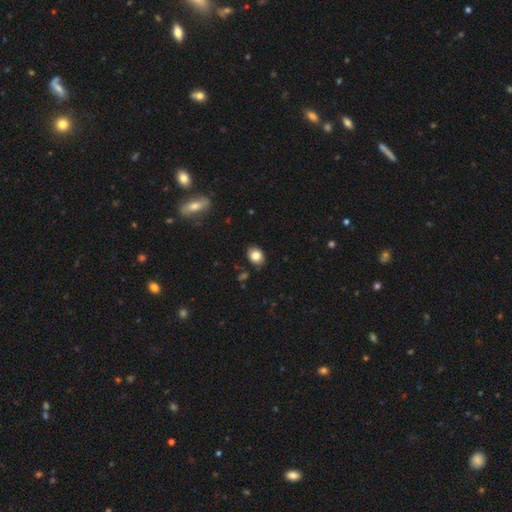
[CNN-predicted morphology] Smooth or featured: smooth — 82% (featured or disk — 9%)
How rounded: in between — 63% (round — 36%)
Merging: none — 85% (minor disturbance — 11%)